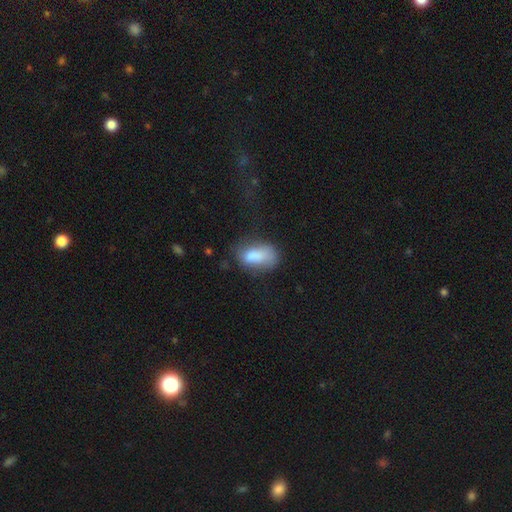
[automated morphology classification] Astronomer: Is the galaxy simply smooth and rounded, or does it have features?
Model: smooth — 78%.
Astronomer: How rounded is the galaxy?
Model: in between — 90%.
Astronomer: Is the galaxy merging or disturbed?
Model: none — 44% (runner-up: minor disturbance, 30%).